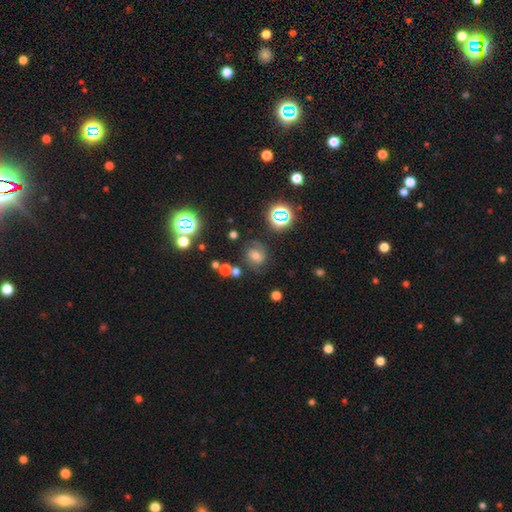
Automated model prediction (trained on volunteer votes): This is marginally a smooth galaxy (40%). Merging: likely none (70%).